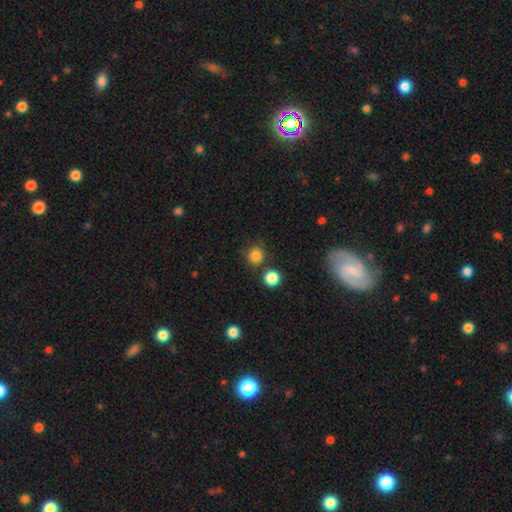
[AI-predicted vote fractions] Smooth or featured?
  - smooth: 83% *
  - star or artifact: 13%
  - featured or disk: 5%
How rounded?
  - round: 90% *
  - in between: 9%
  - cigar-shaped: 1%
Merging?
  - none: 77% *
  - merger: 10%
  - minor disturbance: 10%
  - major disturbance: 3%